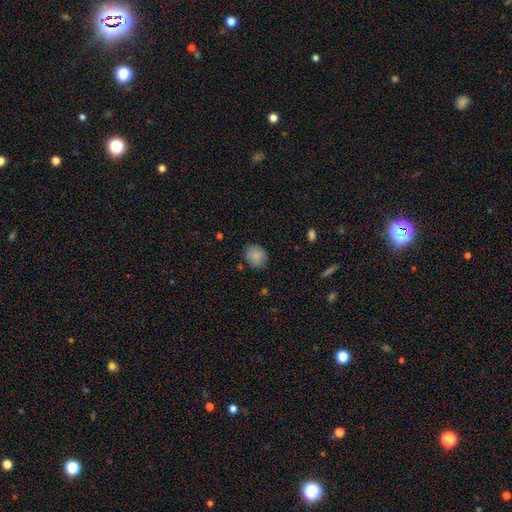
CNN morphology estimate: Overall: smooth (86%). How rounded: round (59%; in between 40%). Merging: none (80%).